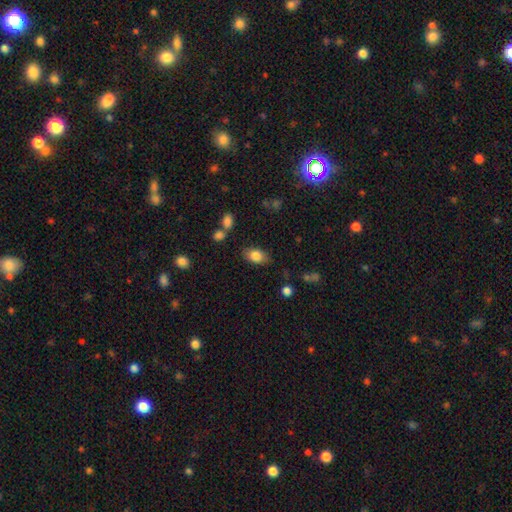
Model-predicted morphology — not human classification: smooth 83%, featured or disk 9%, star or artifact 8%. Down the decision tree: how rounded — in between (85%); merging — none (79%).